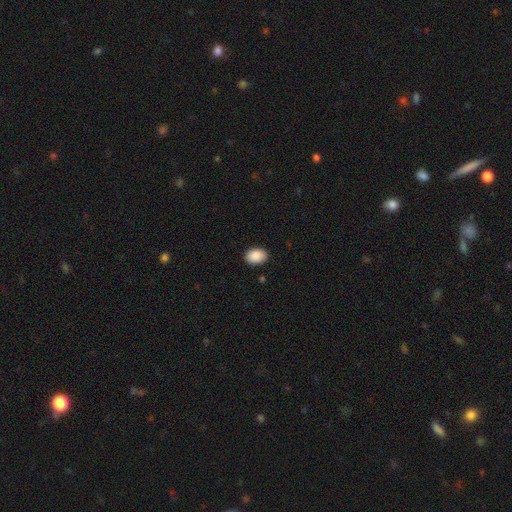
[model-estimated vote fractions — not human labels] A smooth galaxy with no disk features (90%) that is in between round and cigar-shaped (82%).

Vote fractions:
- Smooth or featured? smooth: 90% / star or artifact: 7% / featured or disk: 3%
- How rounded? in between: 82% / round: 17% / cigar-shaped: 1%
- Merging? none: 89% / minor disturbance: 8% / major disturbance: 2% / merger: 1%